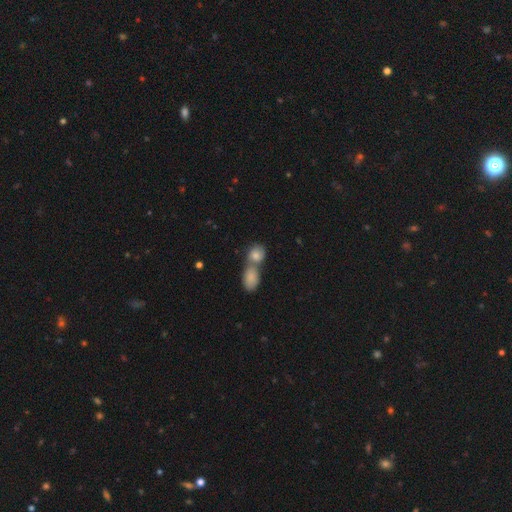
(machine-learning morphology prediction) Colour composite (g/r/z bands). It shows a smooth galaxy with no disk features (62%) that is round (51%). Merging: merger (55%).